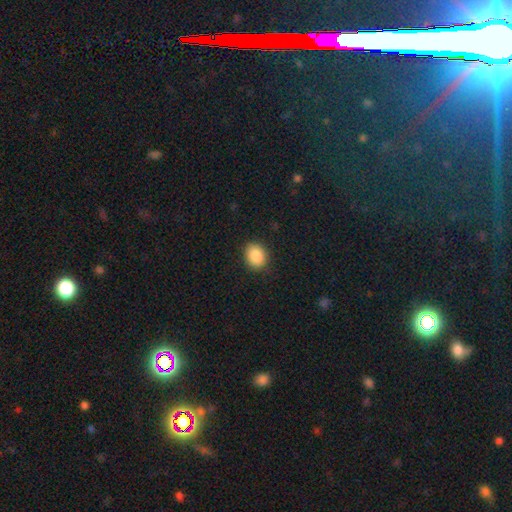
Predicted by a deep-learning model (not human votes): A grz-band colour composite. It shows a smooth galaxy with no disk features (89%) that is in between round and cigar-shaped (51%). Merging: none (88%).